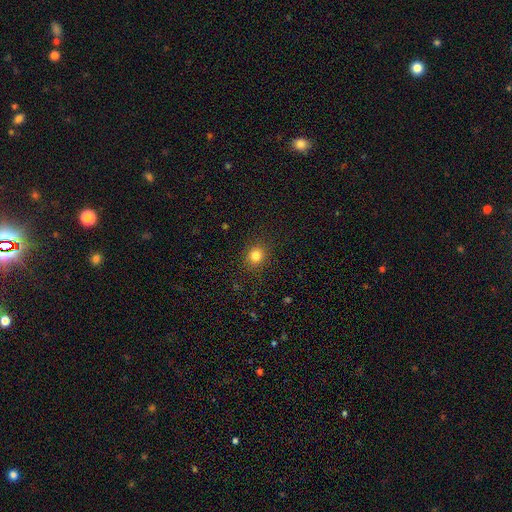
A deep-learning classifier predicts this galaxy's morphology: Overall: smooth (82%). How rounded: round (82%). Merging: none (89%).